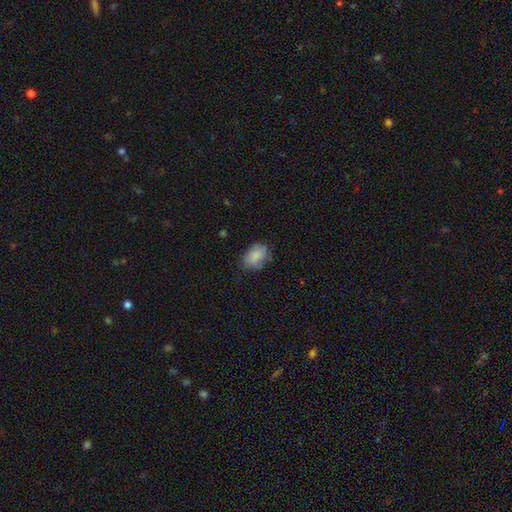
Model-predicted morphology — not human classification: Smooth or featured: smooth — 80% (featured or disk — 13%)
How rounded: in between — 78% (round — 21%)
Merging: none — 64% (minor disturbance — 26%)